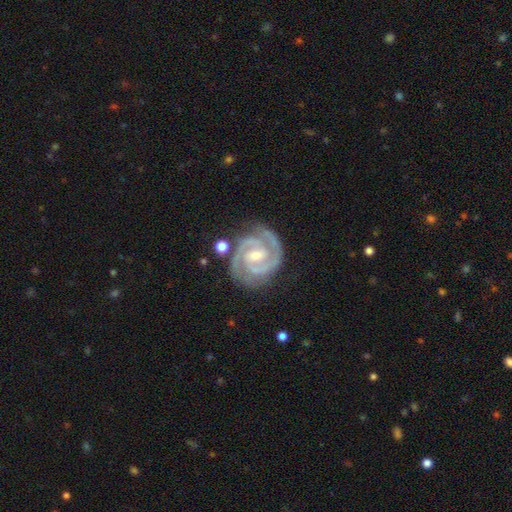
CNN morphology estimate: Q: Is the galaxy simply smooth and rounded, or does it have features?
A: featured or disk — 93%.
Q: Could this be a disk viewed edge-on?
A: no — 98%.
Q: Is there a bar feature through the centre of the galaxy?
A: weak — 47%.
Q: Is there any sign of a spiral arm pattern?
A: yes — 99%.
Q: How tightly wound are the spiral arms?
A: tight — 71%.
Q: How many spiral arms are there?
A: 2 — 85%.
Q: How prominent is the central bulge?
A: small — 54%.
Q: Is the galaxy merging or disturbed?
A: none — 77%.